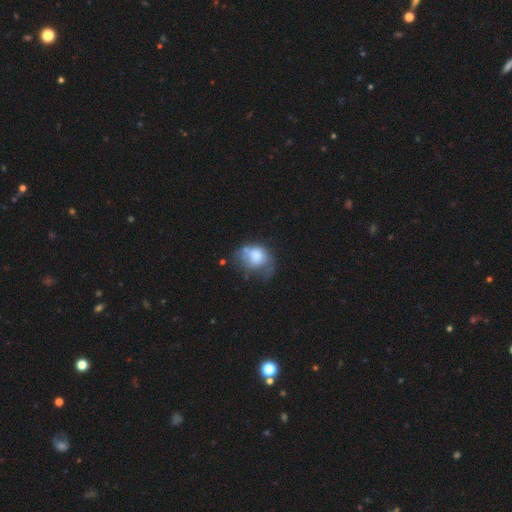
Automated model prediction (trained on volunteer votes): smooth_or_featured: smooth (p=0.65) [alt: featured or disk p=0.26]
how_rounded: in between (p=0.51) [alt: round p=0.48]
merging: minor disturbance (p=0.30) [tied with: major disturbance p=0.30]